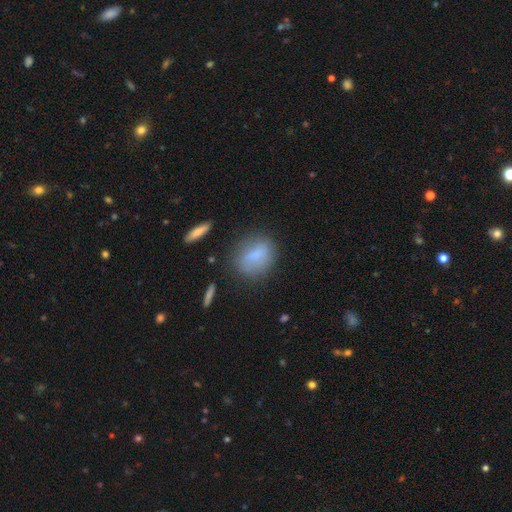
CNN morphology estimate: Smooth or featured? smooth (72%)
How rounded? in between (57%)
Merging? none (70%)